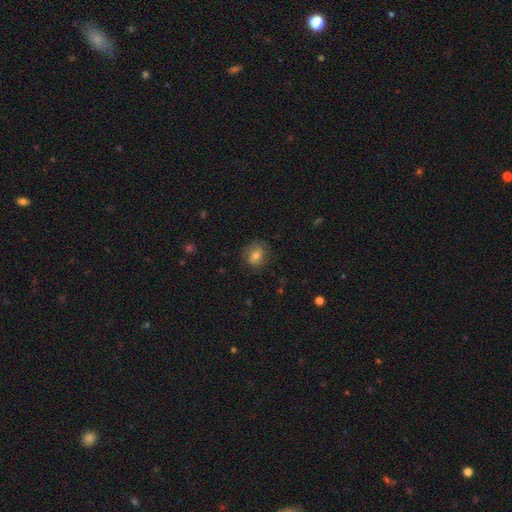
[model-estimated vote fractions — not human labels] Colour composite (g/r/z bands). It shows a smooth galaxy with no disk features (68%) that is round (59%). Merging: none (78%).